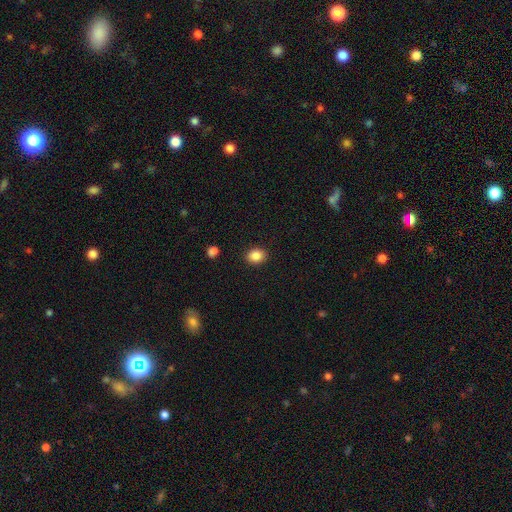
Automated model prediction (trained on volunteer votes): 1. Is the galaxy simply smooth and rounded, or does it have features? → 86% smooth, 10% star or artifact, 5% featured or disk.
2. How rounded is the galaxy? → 54% round, 45% in between, 1% cigar-shaped.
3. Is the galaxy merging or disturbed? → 89% none, 7% minor disturbance, 2% major disturbance, 1% merger.